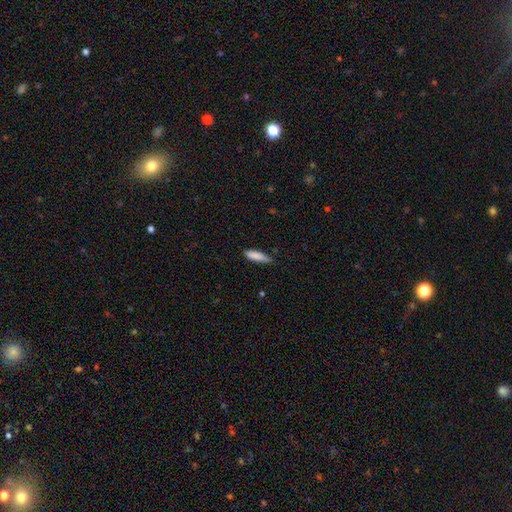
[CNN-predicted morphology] Q: Smooth or featured?
A: smooth (85%); runner-up: featured or disk (8%)
Q: How rounded?
A: cigar-shaped (65%); runner-up: in between (33%)
Q: Merging?
A: none (71%); runner-up: minor disturbance (24%)